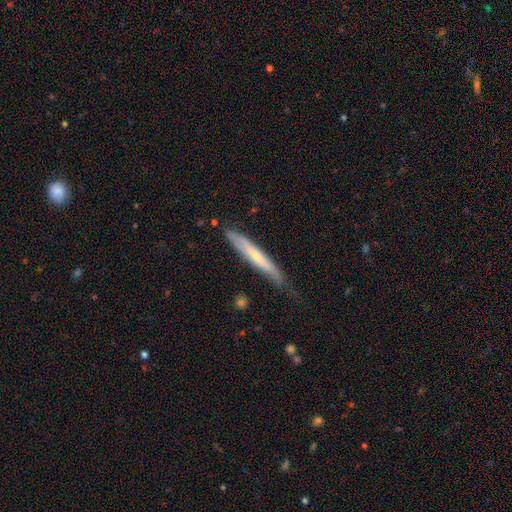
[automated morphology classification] type=featured or disk (53%); edge-on=yes (80%); merging=none (63%).